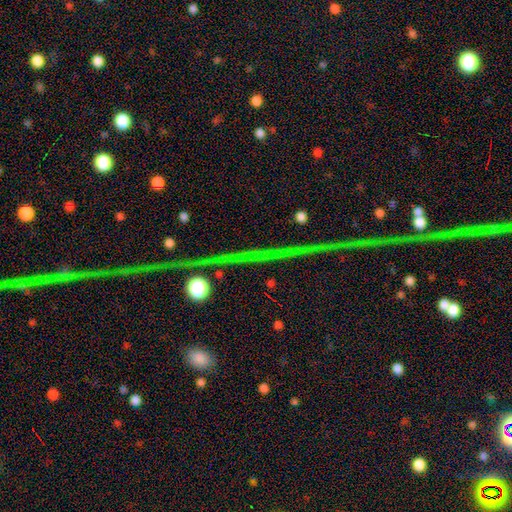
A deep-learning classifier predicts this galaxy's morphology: A star or artifact, not a galaxy (82%).

Vote fractions:
- Smooth or featured? star or artifact: 82% / featured or disk: 10% / smooth: 9%